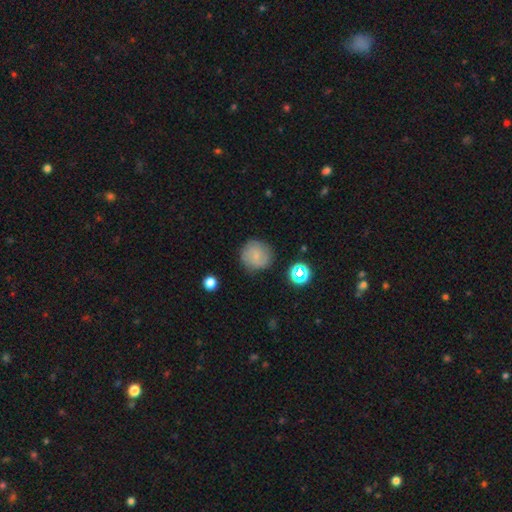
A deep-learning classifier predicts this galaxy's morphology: Smooth or featured?
  - smooth: 69% *
  - featured or disk: 20%
  - star or artifact: 11%
How rounded?
  - round: 91% *
  - in between: 8%
  - cigar-shaped: 1%
Merging?
  - none: 79% *
  - minor disturbance: 15%
  - major disturbance: 4%
  - merger: 2%